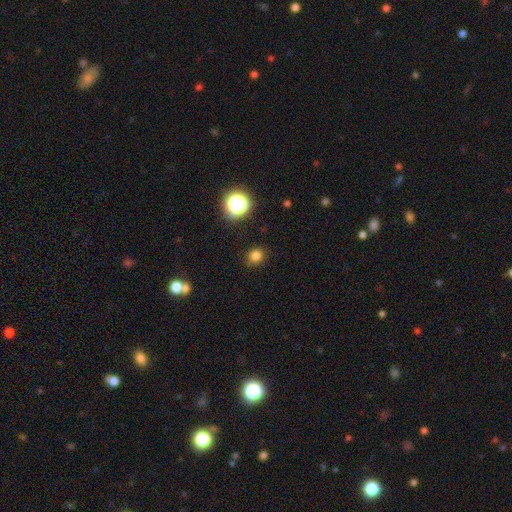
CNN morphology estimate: Smooth or featured?
  - smooth: 79% *
  - star or artifact: 17%
  - featured or disk: 4%
How rounded?
  - round: 82% *
  - in between: 17%
  - cigar-shaped: 1%
Merging?
  - none: 87% *
  - minor disturbance: 9%
  - major disturbance: 3%
  - merger: 1%